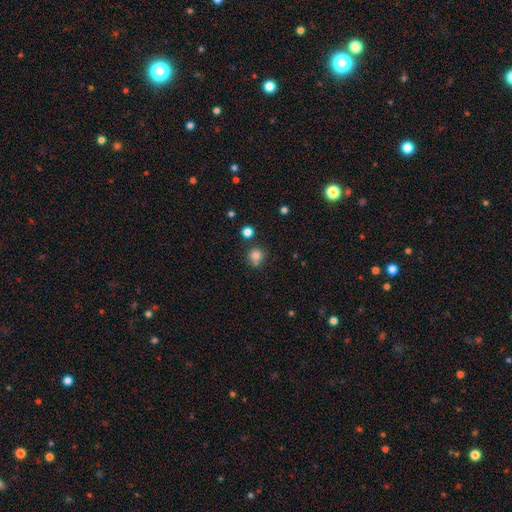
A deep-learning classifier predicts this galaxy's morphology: The model was most divided on "merging": none: 70%, merger: 14%, minor disturbance: 12%, major disturbance: 4%. More confident: how rounded — round (90%); smooth or featured — smooth (82%).